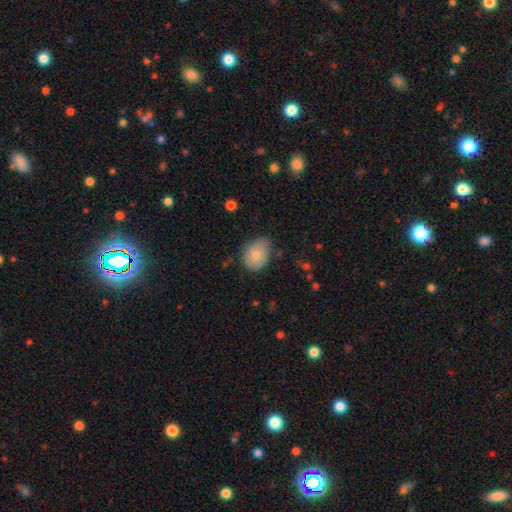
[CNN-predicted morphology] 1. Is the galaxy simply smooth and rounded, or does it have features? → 75% smooth, 17% featured or disk, 8% star or artifact.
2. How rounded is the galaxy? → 52% in between, 47% round, 1% cigar-shaped.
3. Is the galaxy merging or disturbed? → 60% none, 33% minor disturbance, 6% major disturbance, 2% merger.